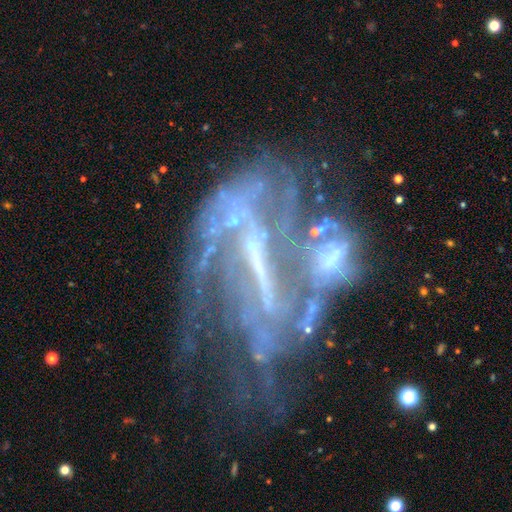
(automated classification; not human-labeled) Smooth or featured? featured or disk (76%)
Edge-on disk? no (92%)
Bar? strong (54%)
Spiral arms? yes (59%)
Bulge size? none (51%)
Merging? major disturbance (34%)